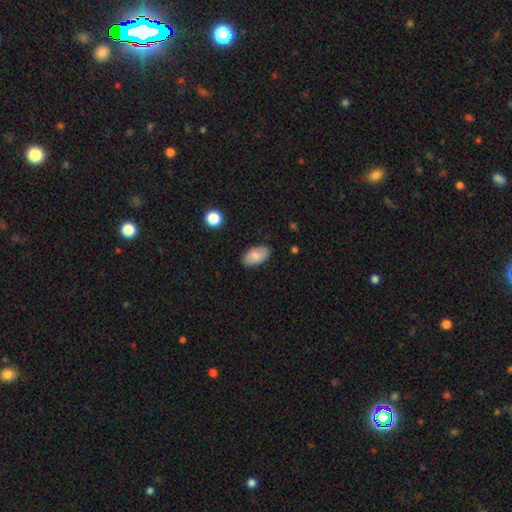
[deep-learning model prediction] Q: Smooth or featured?
A: smooth (80%); runner-up: featured or disk (13%)
Q: How rounded?
A: in between (94%); runner-up: round (4%)
Q: Merging?
A: none (84%); runner-up: minor disturbance (12%)